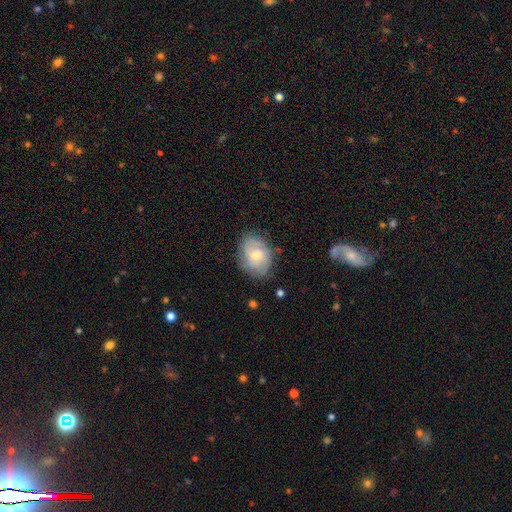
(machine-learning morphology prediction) Smooth or featured: featured or disk — 57% (smooth — 36%)
Edge-on disk: no — 97% (yes — 3%)
Bar: no — 72% (weak — 25%)
Spiral arms: yes — 83% (no — 17%)
Bulge size: small — 49% (moderate — 46%)
Merging: none — 74% (minor disturbance — 19%)